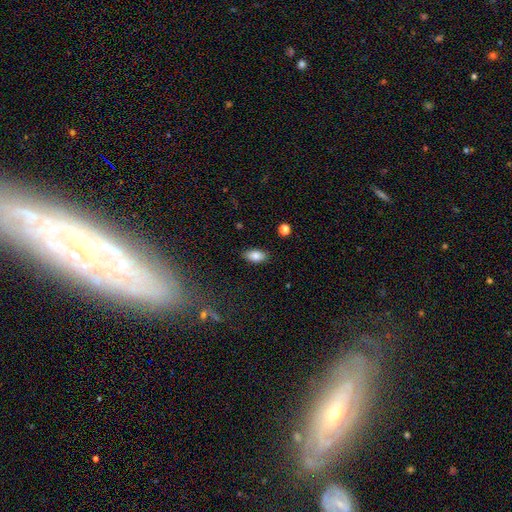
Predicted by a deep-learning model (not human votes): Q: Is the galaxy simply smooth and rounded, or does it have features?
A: smooth — 84%.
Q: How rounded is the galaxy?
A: in between — 92%.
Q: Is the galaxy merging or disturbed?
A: none — 86%.